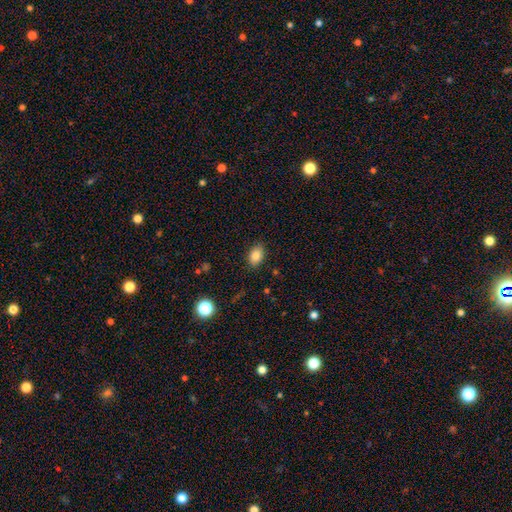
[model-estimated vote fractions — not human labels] Smooth or featured: smooth — 85% (star or artifact — 9%)
How rounded: in between — 83% (round — 16%)
Merging: none — 86% (minor disturbance — 10%)